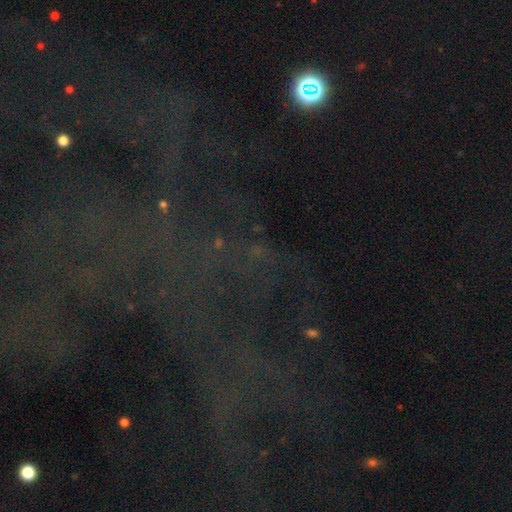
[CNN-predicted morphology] type=star or artifact (73%).